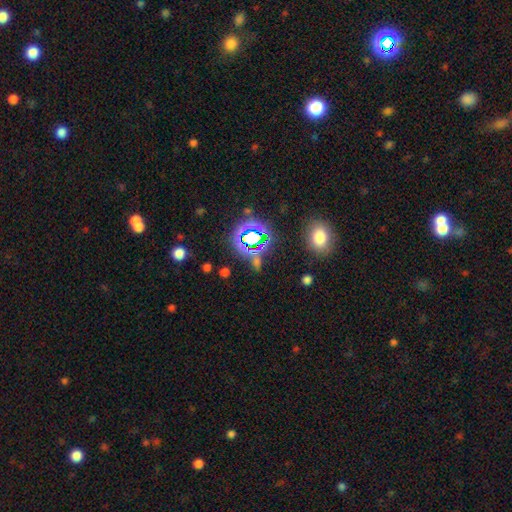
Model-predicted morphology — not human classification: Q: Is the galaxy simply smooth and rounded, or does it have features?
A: star or artifact — 73%.